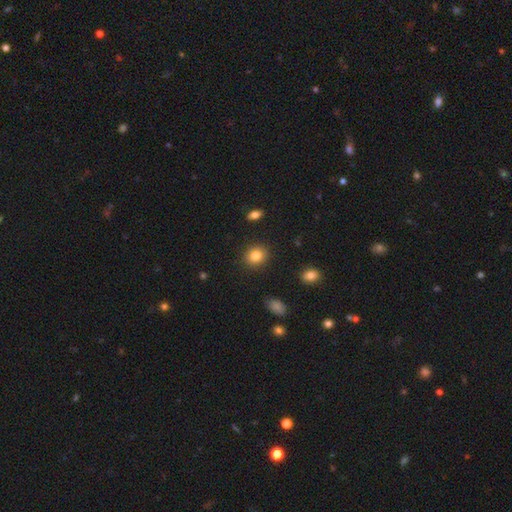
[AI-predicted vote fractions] A smooth galaxy with no disk features (84%) that is round (73%).

Vote fractions:
- Smooth or featured? smooth: 84% / star or artifact: 9% / featured or disk: 7%
- How rounded? round: 73% / in between: 26% / cigar-shaped: 1%
- Merging? none: 90% / minor disturbance: 6% / major disturbance: 2% / merger: 1%